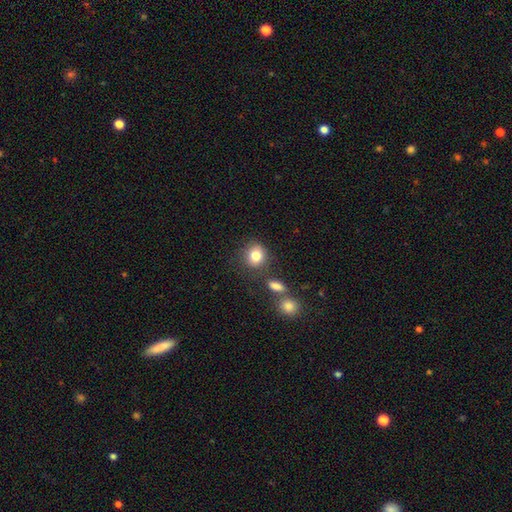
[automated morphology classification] smooth-or-featured: smooth: 83% | star or artifact: 10% | featured or disk: 7%
  how-rounded: round: 76% | in between: 23% | cigar-shaped: 1%
  merging: none: 75% | minor disturbance: 12% | merger: 8% | major disturbance: 4%